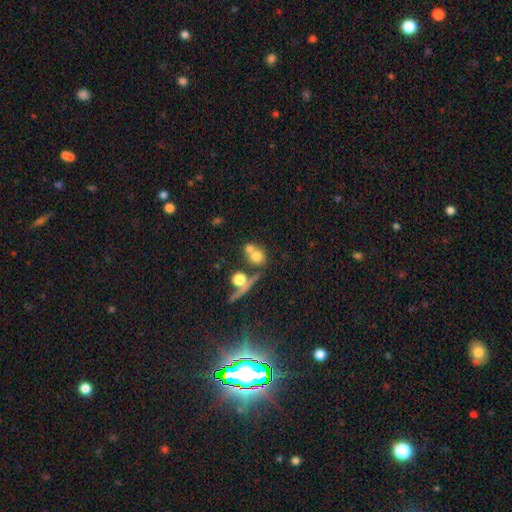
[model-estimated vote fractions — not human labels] Q: Smooth or featured?
A: smooth (67%); runner-up: featured or disk (20%)
Q: How rounded?
A: round (72%); runner-up: in between (25%)
Q: Merging?
A: merger (51%); runner-up: none (36%)